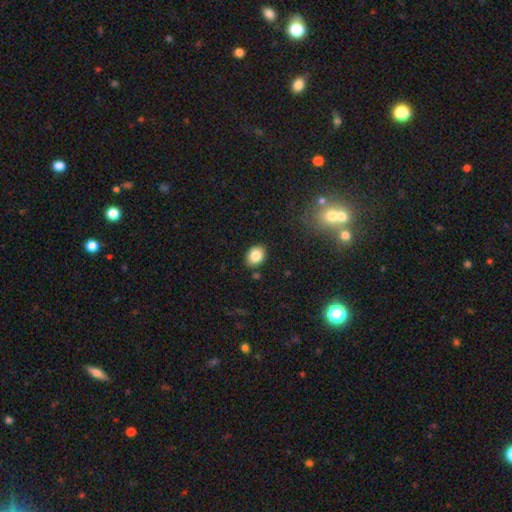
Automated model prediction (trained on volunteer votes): Smooth or featured: smooth — 84% (star or artifact — 9%)
How rounded: in between — 59% (round — 40%)
Merging: none — 85% (minor disturbance — 10%)